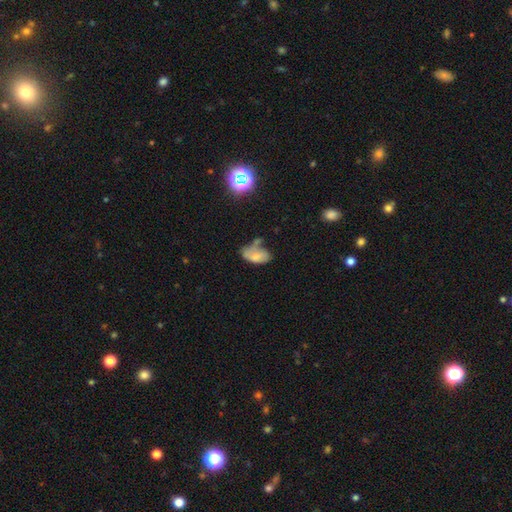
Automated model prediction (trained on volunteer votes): smooth 67%, featured or disk 21%, star or artifact 12%. Down the decision tree: how rounded — in between (92%); merging — none (31%).